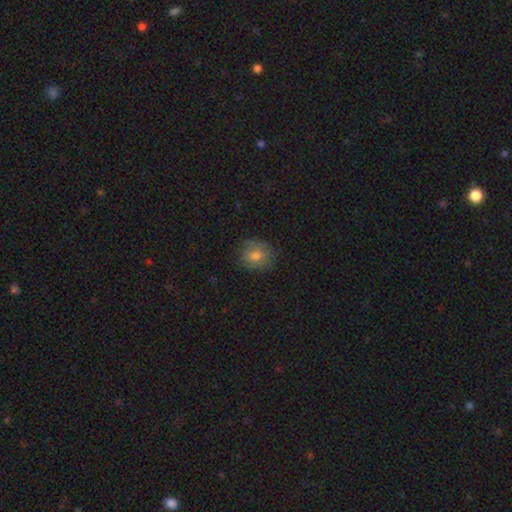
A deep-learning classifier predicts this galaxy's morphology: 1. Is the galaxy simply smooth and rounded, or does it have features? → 75% smooth, 14% featured or disk, 11% star or artifact.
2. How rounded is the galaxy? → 71% round, 28% in between, 1% cigar-shaped.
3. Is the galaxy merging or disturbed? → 79% none, 16% minor disturbance, 4% major disturbance, 1% merger.